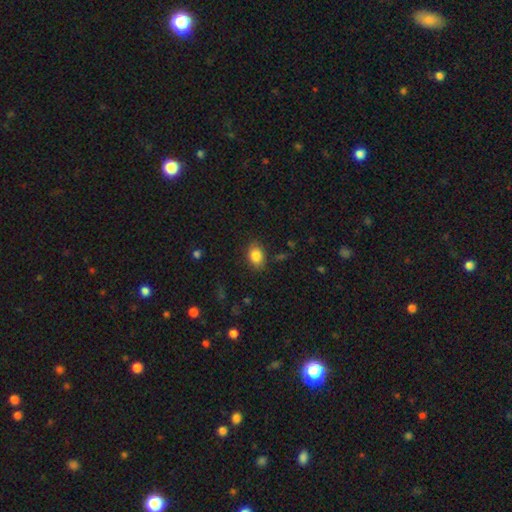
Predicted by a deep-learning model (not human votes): Smooth or featured? Predicted: smooth (p=0.85). How rounded? Predicted: in between (p=0.76). Merging? Predicted: none (p=0.82).